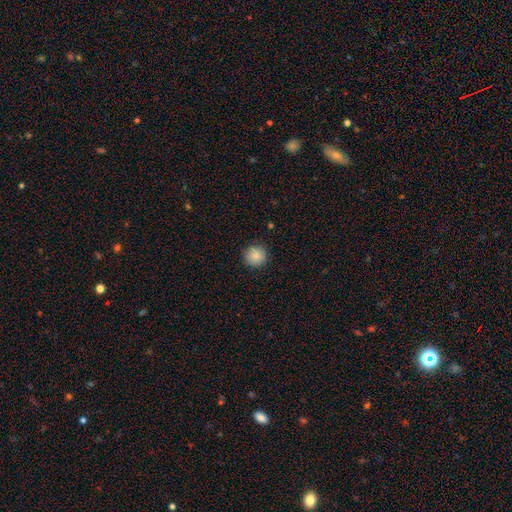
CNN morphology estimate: Q: Smooth or featured?
A: smooth (86%); runner-up: star or artifact (9%)
Q: How rounded?
A: round (94%); runner-up: in between (5%)
Q: Merging?
A: none (91%); runner-up: minor disturbance (7%)